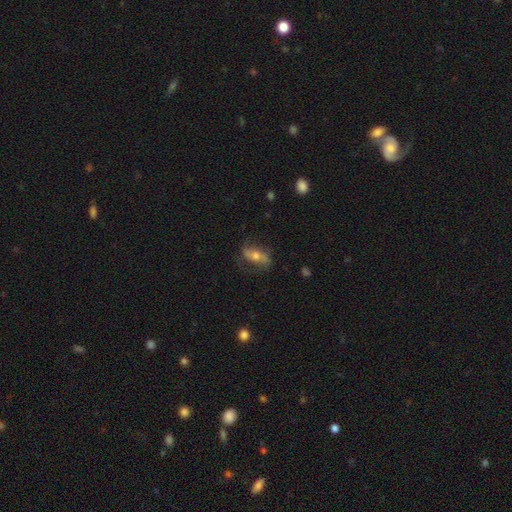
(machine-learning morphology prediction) Smooth or featured? Predicted: featured or disk (p=0.57). Edge-on disk? Predicted: no (p=0.77). Merging? Predicted: none (p=0.67).